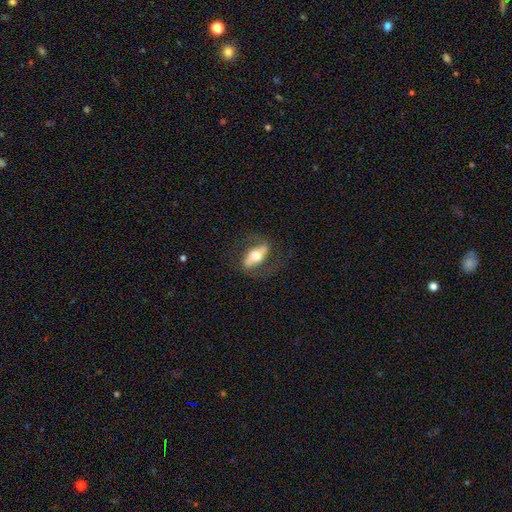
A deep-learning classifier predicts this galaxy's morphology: Overall: featured or disk (57%; smooth 37%). Edge-on disk: no (68%; yes 32%). Merging: none (70%).